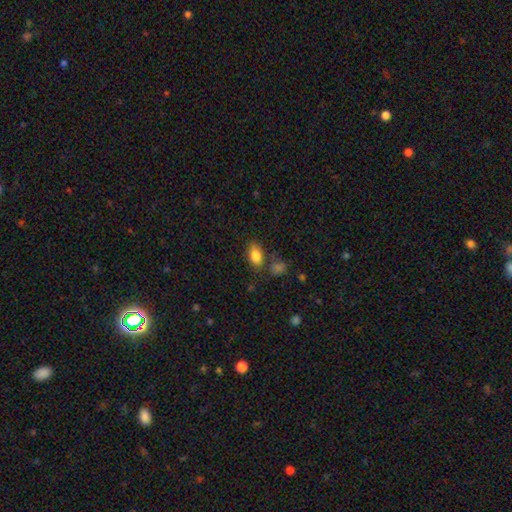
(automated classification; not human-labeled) smooth_or_featured: smooth (p=0.82) [alt: featured or disk p=0.09]
how_rounded: in between (p=0.86) [alt: round p=0.09]
merging: none (p=0.69) [alt: minor disturbance p=0.18]